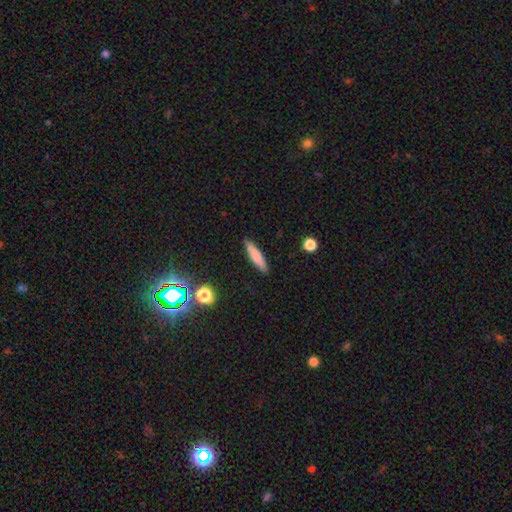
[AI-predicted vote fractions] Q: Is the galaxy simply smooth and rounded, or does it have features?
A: smooth — 75%.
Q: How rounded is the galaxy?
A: cigar-shaped — 87%.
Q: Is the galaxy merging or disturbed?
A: none — 90%.